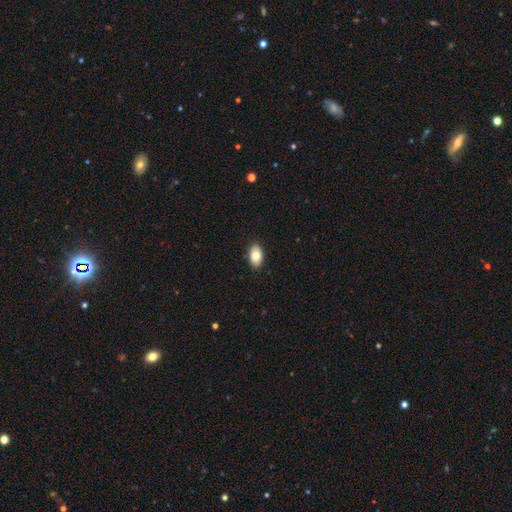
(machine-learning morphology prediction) Overall: smooth (83%). How rounded: in between (92%). Merging: none (90%).